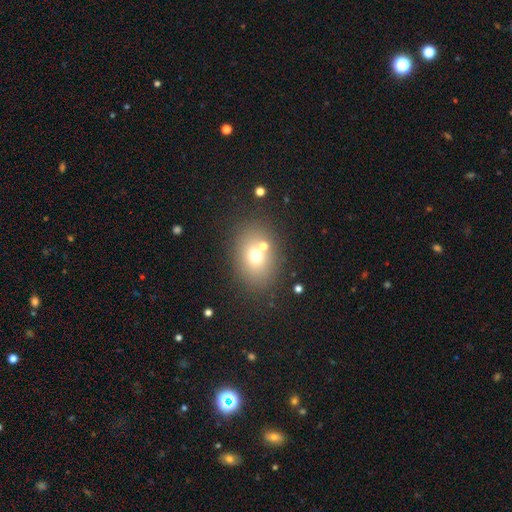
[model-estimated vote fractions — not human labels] Smooth or featured? smooth (67%)
How rounded? in between (63%)
Merging? none (68%)